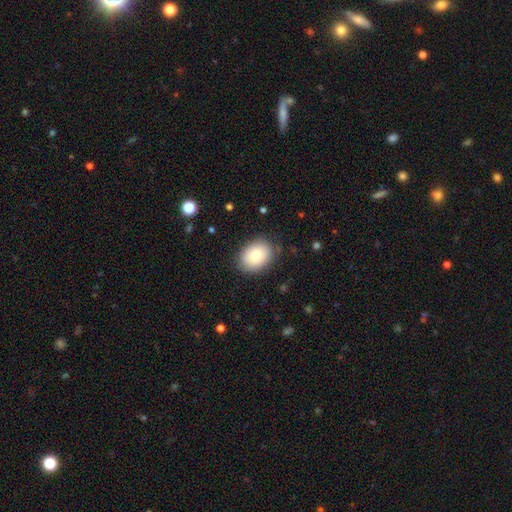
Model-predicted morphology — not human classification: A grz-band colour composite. It shows a smooth galaxy with no disk features (77%) that is in between round and cigar-shaped (66%). Merging: none (83%).